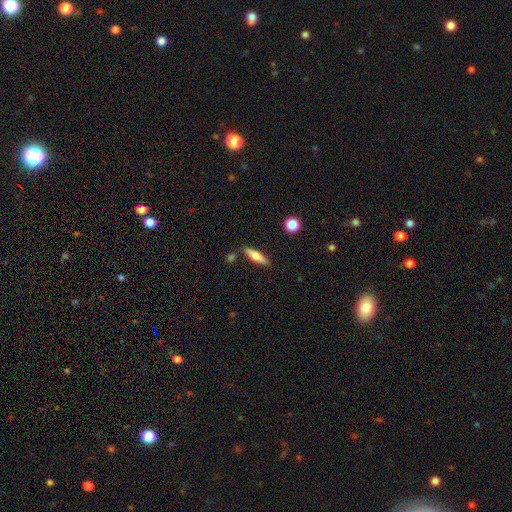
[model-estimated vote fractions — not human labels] This is likely a smooth galaxy (66%). How rounded: likely cigar-shaped (65%). Merging: likely none (78%).